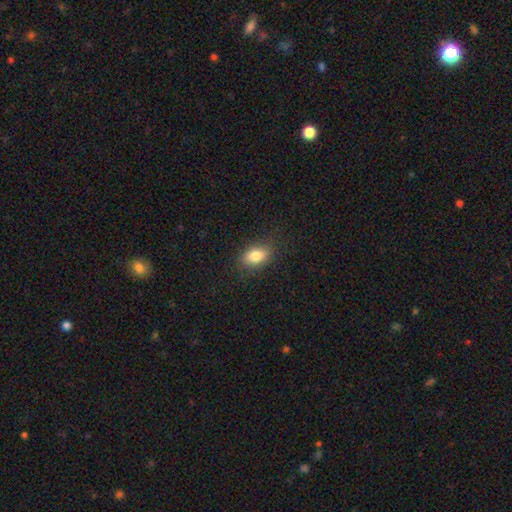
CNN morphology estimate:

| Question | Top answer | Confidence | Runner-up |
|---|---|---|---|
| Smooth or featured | smooth | 82% | star or artifact (9%) |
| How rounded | in between | 84% | round (13%) |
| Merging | none | 84% | minor disturbance (12%) |